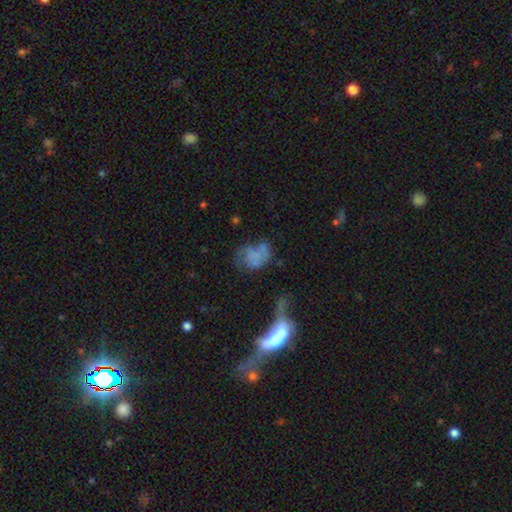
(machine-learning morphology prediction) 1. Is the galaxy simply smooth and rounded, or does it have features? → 48% smooth, 37% featured or disk, 15% star or artifact.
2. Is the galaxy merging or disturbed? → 32% major disturbance, 28% none, 21% minor disturbance, 19% merger.